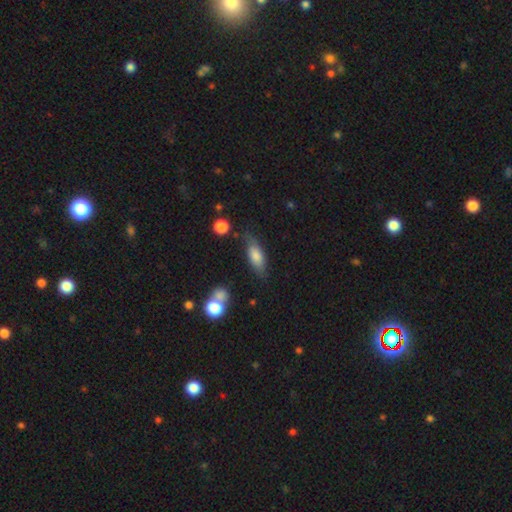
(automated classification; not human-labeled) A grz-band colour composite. It shows a smooth galaxy with no disk features (73%) that is in between round and cigar-shaped (68%). Merging: none (68%).